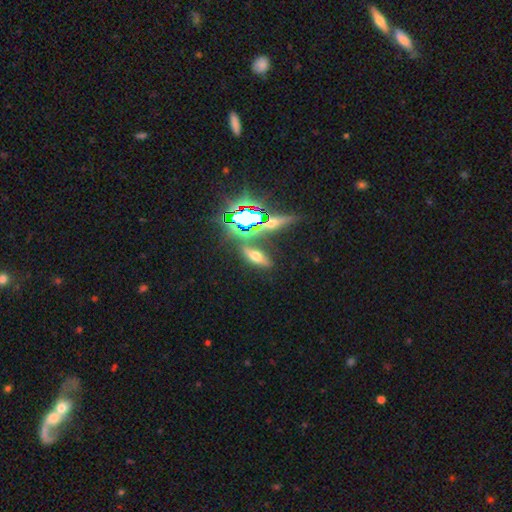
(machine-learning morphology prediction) smooth-or-featured: smooth: 42% | star or artifact: 33% | featured or disk: 25%
  merging: none: 77% | minor disturbance: 11% | merger: 7% | major disturbance: 5%